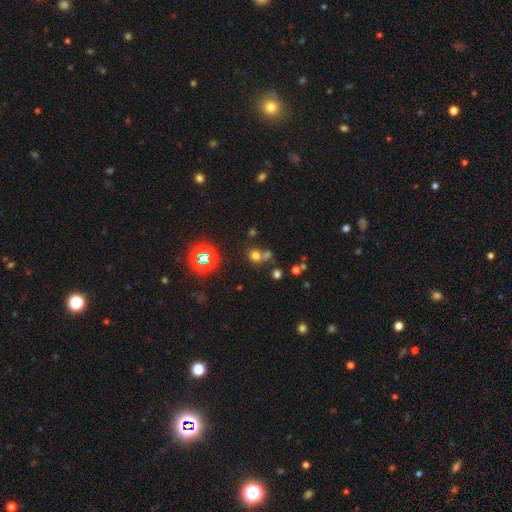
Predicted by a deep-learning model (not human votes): Smooth or featured?
  - smooth: 61% *
  - star or artifact: 30%
  - featured or disk: 9%
How rounded?
  - round: 83% *
  - in between: 16%
  - cigar-shaped: 1%
Merging?
  - none: 53% *
  - merger: 34%
  - minor disturbance: 8%
  - major disturbance: 5%